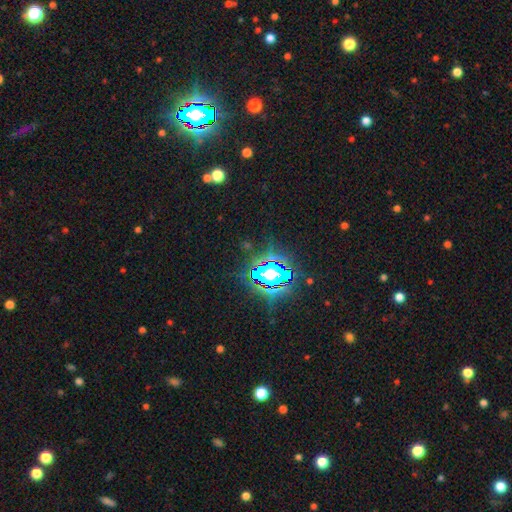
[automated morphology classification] Smooth or featured? star or artifact (83%)